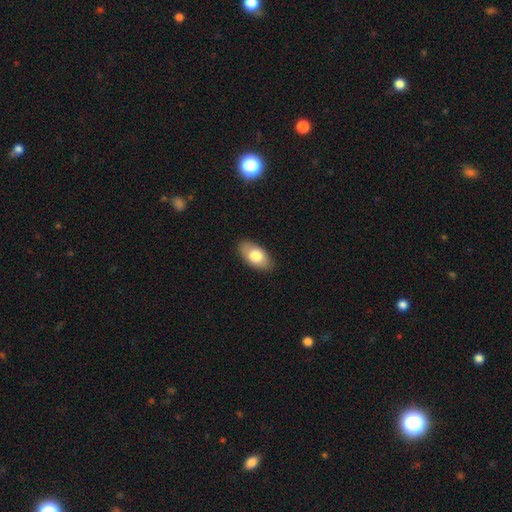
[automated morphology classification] Smooth or featured? smooth (77%)
How rounded? in between (93%)
Merging? none (87%)